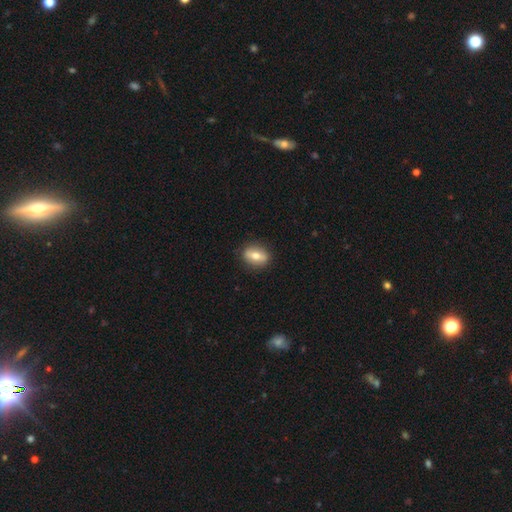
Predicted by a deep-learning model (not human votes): Smooth or featured?
  - smooth: 58% *
  - featured or disk: 35%
  - star or artifact: 7%
How rounded?
  - in between: 62% *
  - round: 30%
  - cigar-shaped: 7%
Merging?
  - none: 87% *
  - minor disturbance: 9%
  - major disturbance: 2%
  - merger: 1%